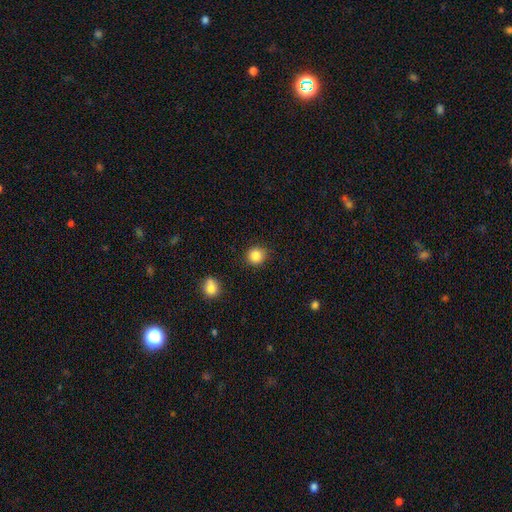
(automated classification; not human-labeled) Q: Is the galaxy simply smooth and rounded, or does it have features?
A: smooth — 86%.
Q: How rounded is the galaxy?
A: round — 87%.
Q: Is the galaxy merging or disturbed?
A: none — 86%.